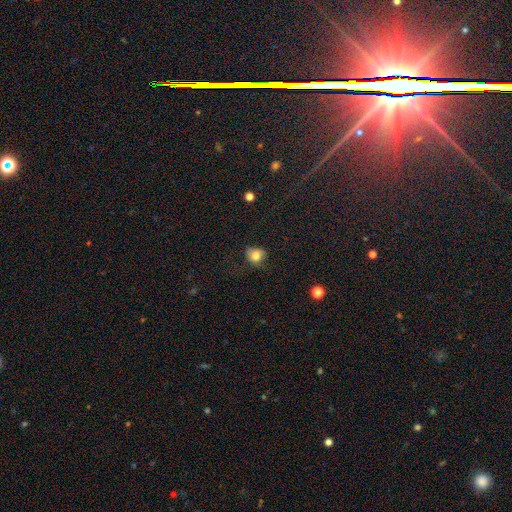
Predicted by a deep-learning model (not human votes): smooth 79%, star or artifact 11%, featured or disk 10%. Down the decision tree: how rounded — round (68%); merging — none (58%).